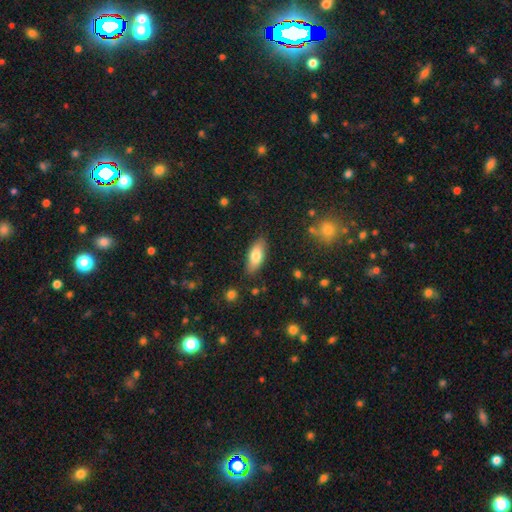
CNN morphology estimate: smooth_or_featured: smooth (p=0.76) [alt: featured or disk p=0.17]
how_rounded: in between (p=0.79) [alt: cigar-shaped p=0.19]
merging: none (p=0.84) [alt: minor disturbance p=0.12]